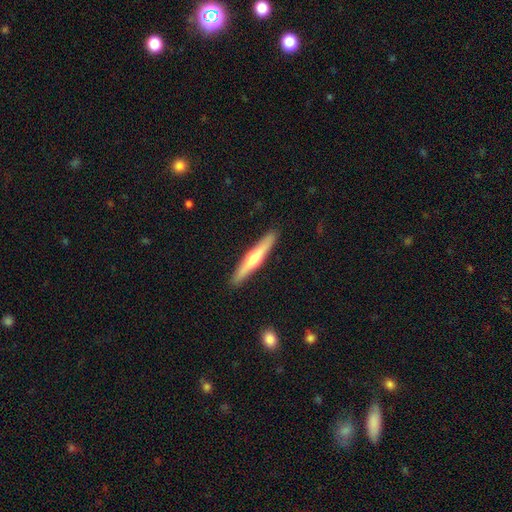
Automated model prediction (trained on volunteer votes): The model was most divided on "smooth or featured": featured or disk: 55%, smooth: 40%, star or artifact: 5%. More confident: edge-on disk — yes (95%); merging — none (91%); edge-on bulge — rounded (87%).